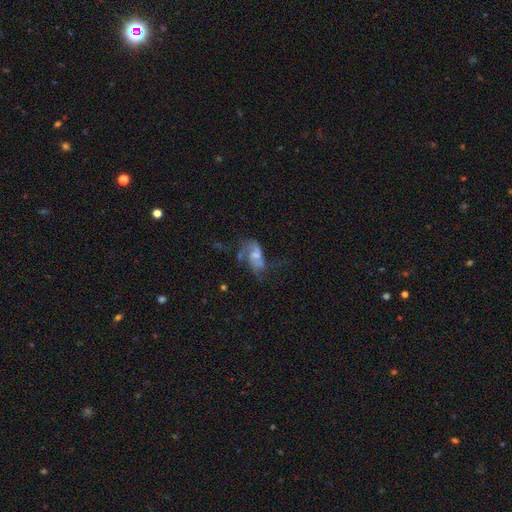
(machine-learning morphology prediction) Smooth or featured? featured or disk (55%)
Edge-on disk? no (96%)
Bar? no (59%)
Spiral arms? yes (67%)
Bulge size? small (38%)
Merging? major disturbance (38%)